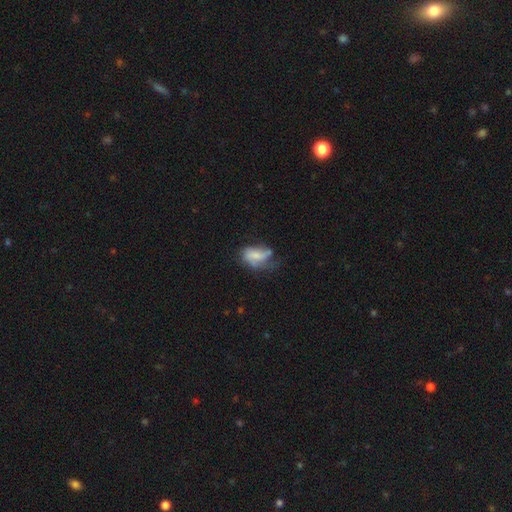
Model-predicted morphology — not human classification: Smooth or featured? smooth (50%)
Merging? major disturbance (33%)